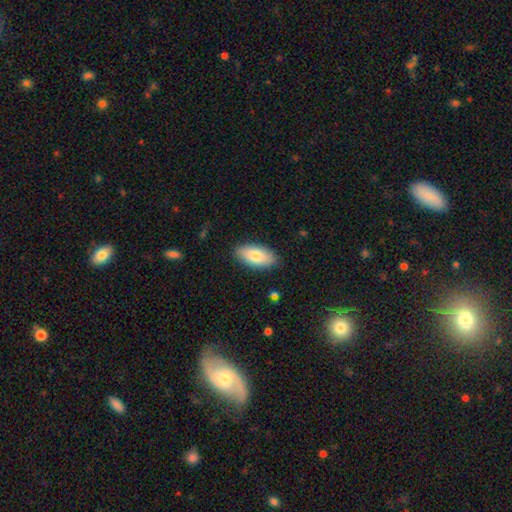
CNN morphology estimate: smooth 81%, featured or disk 13%, star or artifact 6%. Down the decision tree: how rounded — in between (92%); merging — none (87%).